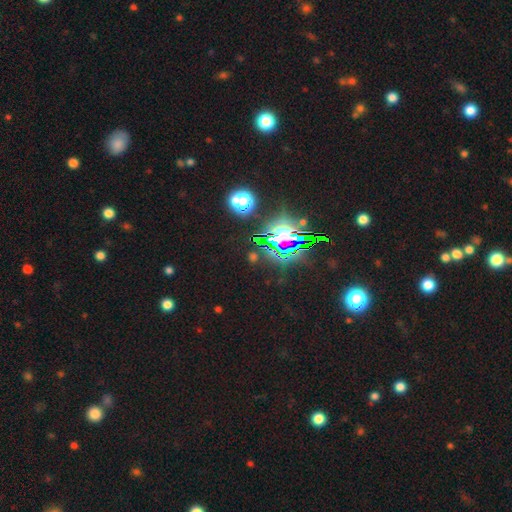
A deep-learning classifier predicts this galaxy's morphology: Overall: star or artifact (81%).